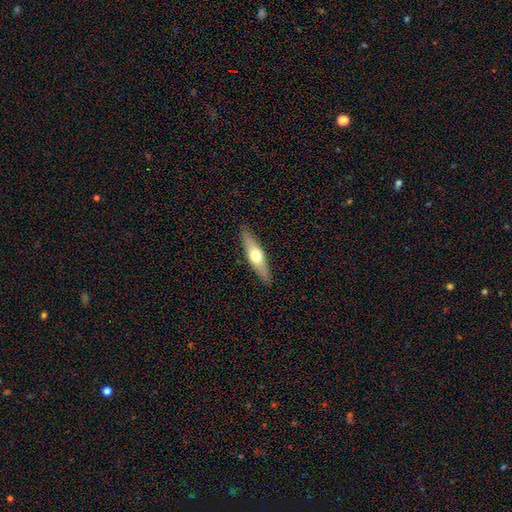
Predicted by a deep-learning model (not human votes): A featured or disk galaxy (50%).

Vote fractions:
- Smooth or featured? featured or disk: 50% / smooth: 45% / star or artifact: 5%
- Merging? none: 89% / minor disturbance: 8% / major disturbance: 2% / merger: 1%